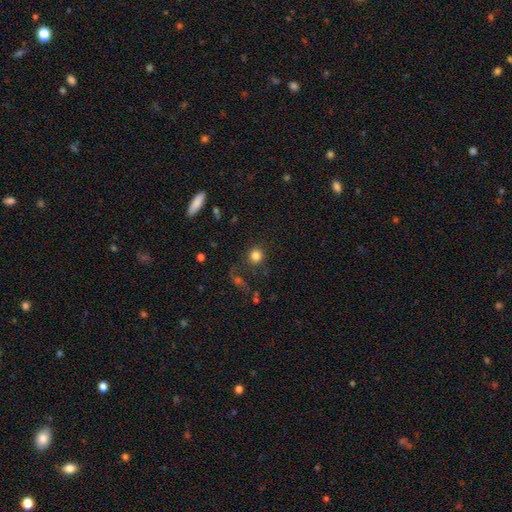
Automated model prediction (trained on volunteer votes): smooth 81%, star or artifact 12%, featured or disk 7%. Down the decision tree: how rounded — round (90%); merging — none (81%).